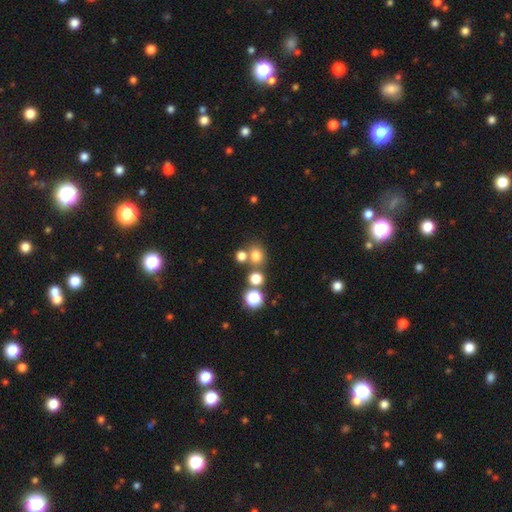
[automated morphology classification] Smooth or featured: smooth — 73% (star or artifact — 19%)
How rounded: round — 74% (in between — 25%)
Merging: none — 63% (merger — 24%)